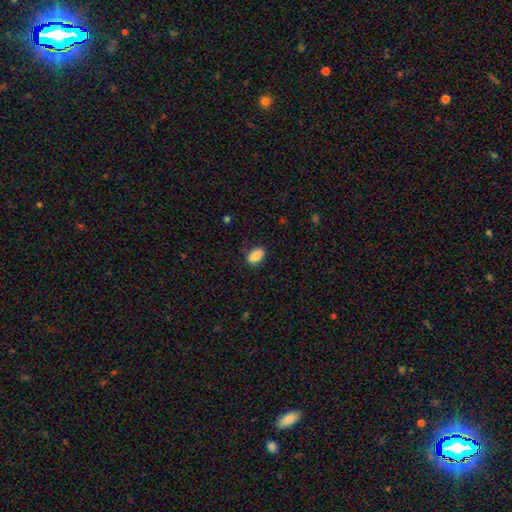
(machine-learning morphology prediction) smooth-or-featured: smooth: 87% | star or artifact: 8% | featured or disk: 5%
  how-rounded: in between: 88% | round: 10% | cigar-shaped: 2%
  merging: none: 84% | minor disturbance: 12% | major disturbance: 3% | merger: 1%